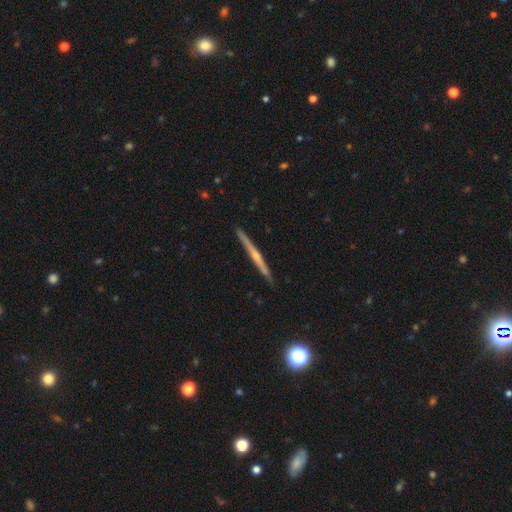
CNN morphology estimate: Smooth or featured: featured or disk — 70% (smooth — 24%)
Edge-on disk: yes — 98% (no — 2%)
Edge-on bulge: rounded — 55% (none — 39%)
Merging: none — 91% (minor disturbance — 7%)